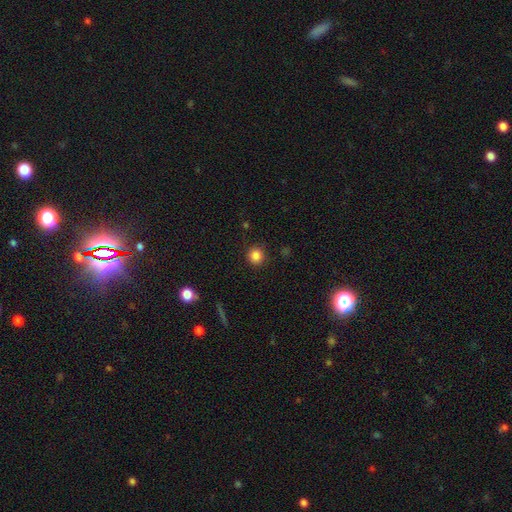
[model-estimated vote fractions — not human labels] Morphology: type=smooth (85%); roundness=round (93%); merging=none (90%).